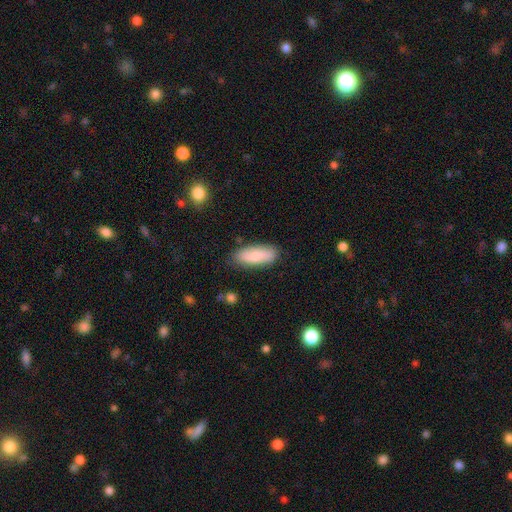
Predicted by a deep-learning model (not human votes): The model was most divided on "how rounded": in between: 76%, cigar-shaped: 22%, round: 2%. More confident: merging — none (82%); smooth or featured — smooth (77%).